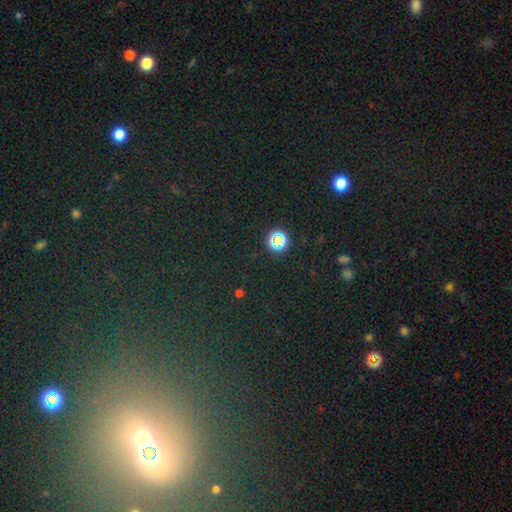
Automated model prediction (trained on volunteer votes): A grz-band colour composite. It shows a star or artifact, not a galaxy (65%).